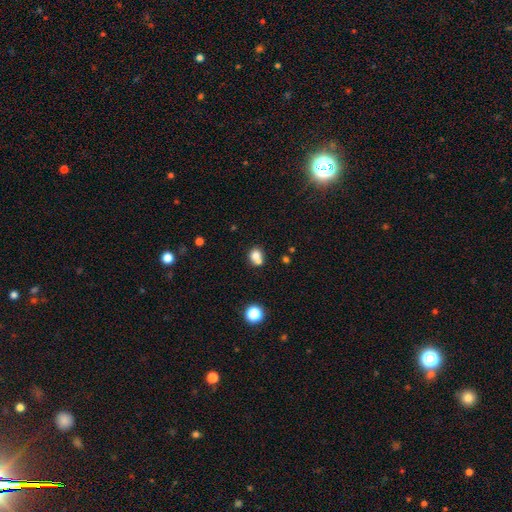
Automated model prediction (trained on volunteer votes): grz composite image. It shows a smooth galaxy with no disk features (75%) that is round (67%). Merging: merger (47%).